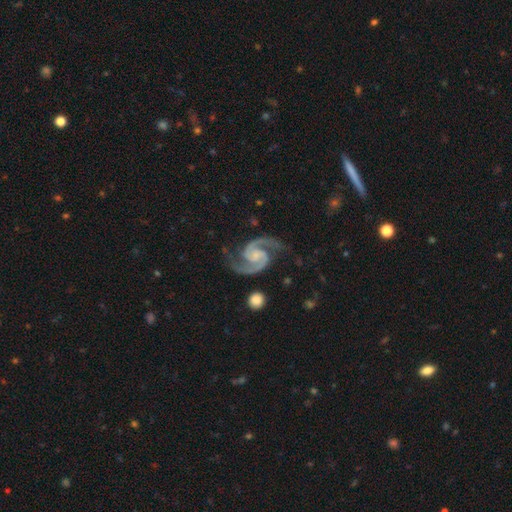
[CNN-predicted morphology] Smooth or featured? Predicted: featured or disk (p=0.94). Edge-on disk? Predicted: no (p=0.98). Bar? Predicted: no (p=0.53). Spiral arms? Predicted: yes (p=0.99). Spiral winding? Predicted: medium (p=0.67). Spiral arm count? Predicted: 2 (p=0.94). Bulge size? Predicted: small (p=0.49). Merging? Predicted: none (p=0.77).